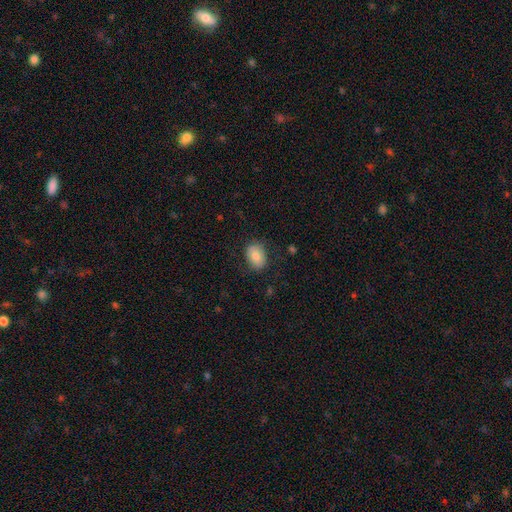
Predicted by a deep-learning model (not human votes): Smooth or featured: smooth — 81% (featured or disk — 12%)
How rounded: in between — 78% (round — 21%)
Merging: none — 80% (minor disturbance — 15%)